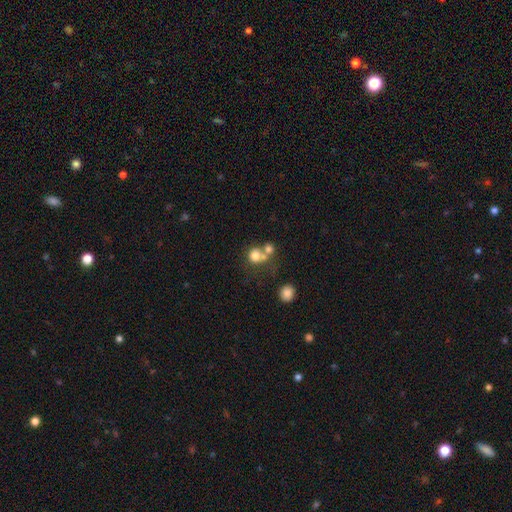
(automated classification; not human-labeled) Smooth or featured: smooth — 73% (featured or disk — 14%)
How rounded: round — 82% (in between — 17%)
Merging: merger — 49% (none — 38%)